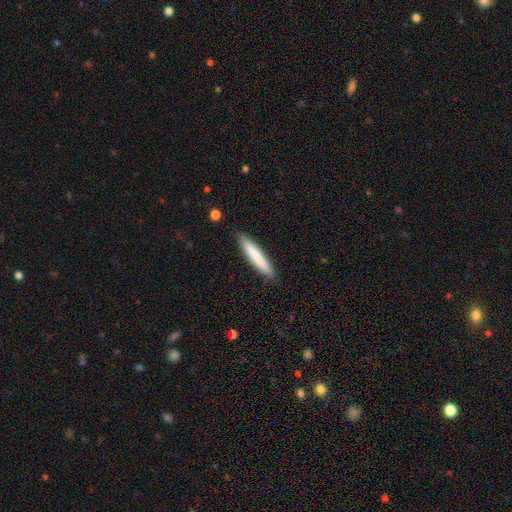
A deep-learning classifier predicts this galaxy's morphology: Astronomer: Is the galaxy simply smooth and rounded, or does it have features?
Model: smooth — 79%.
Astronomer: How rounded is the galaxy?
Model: cigar-shaped — 91%.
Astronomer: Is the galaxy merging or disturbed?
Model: none — 89%.